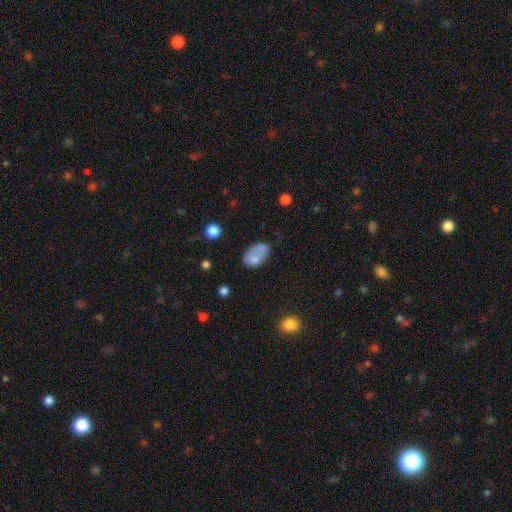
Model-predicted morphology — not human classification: type=smooth (76%); roundness=in between (89%); merging=none (42%).